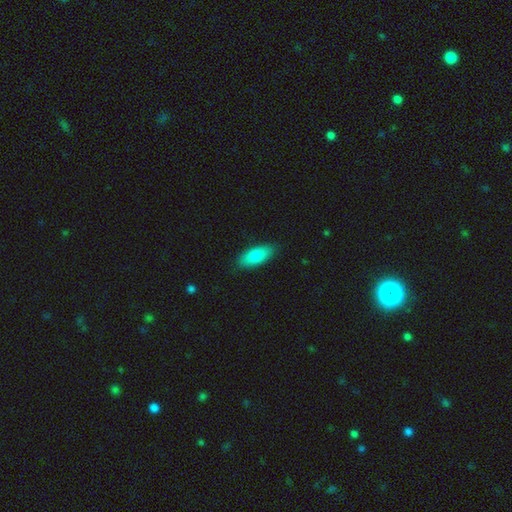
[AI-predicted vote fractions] Smooth or featured: smooth — 82% (featured or disk — 12%)
How rounded: in between — 83% (cigar-shaped — 15%)
Merging: none — 86% (minor disturbance — 11%)